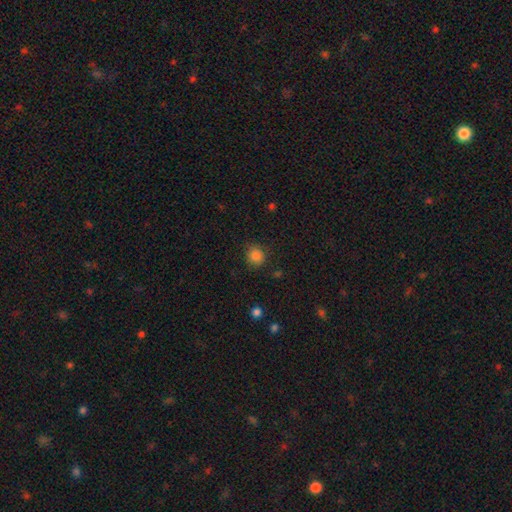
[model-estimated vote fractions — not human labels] Smooth or featured: smooth — 85% (star or artifact — 12%)
How rounded: round — 82% (in between — 17%)
Merging: none — 83% (minor disturbance — 12%)